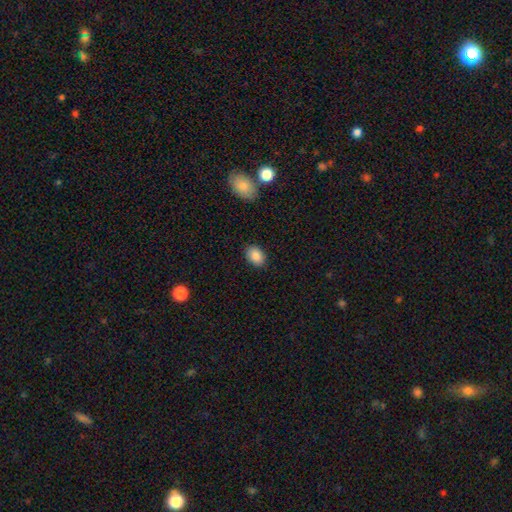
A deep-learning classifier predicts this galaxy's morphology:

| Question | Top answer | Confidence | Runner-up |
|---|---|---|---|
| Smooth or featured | smooth | 87% | star or artifact (8%) |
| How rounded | in between | 79% | round (20%) |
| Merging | none | 88% | minor disturbance (9%) |